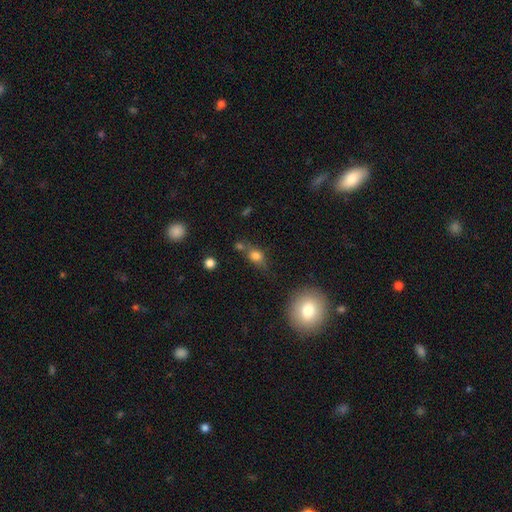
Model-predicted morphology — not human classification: smooth-or-featured: smooth: 74% | star or artifact: 14% | featured or disk: 12%
  how-rounded: in between: 57% | round: 38% | cigar-shaped: 6%
  merging: none: 53% | minor disturbance: 20% | merger: 19% | major disturbance: 8%